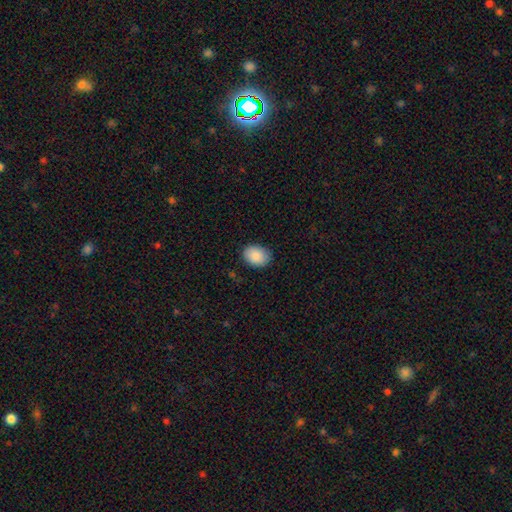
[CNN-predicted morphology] Smooth or featured? Predicted: smooth (p=0.89). How rounded? Predicted: in between (p=0.67). Merging? Predicted: none (p=0.85).